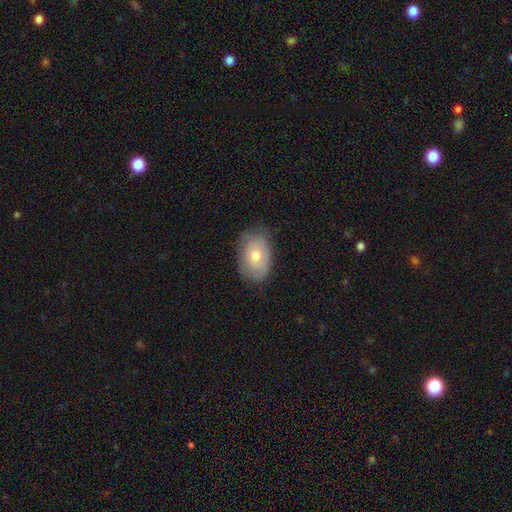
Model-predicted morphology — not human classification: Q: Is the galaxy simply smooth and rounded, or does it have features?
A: smooth — 63%.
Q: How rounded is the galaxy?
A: in between — 82%.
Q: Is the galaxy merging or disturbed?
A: none — 75%.